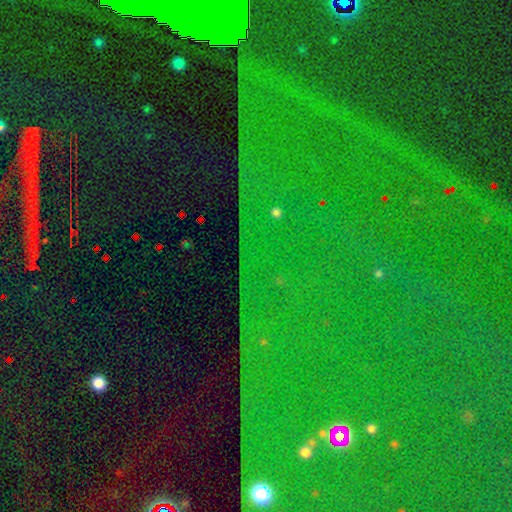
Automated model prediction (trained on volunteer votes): Smooth or featured: star or artifact — 86% (featured or disk — 7%)